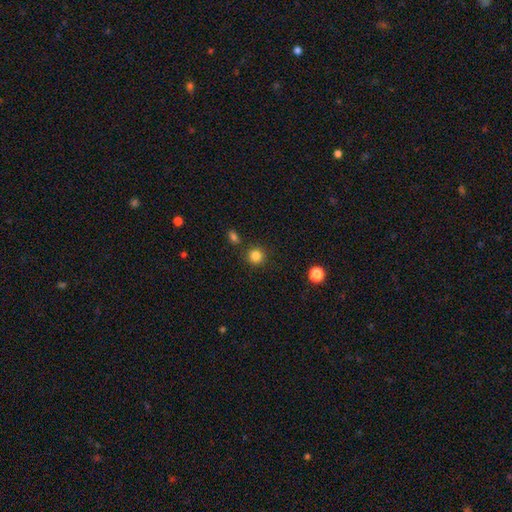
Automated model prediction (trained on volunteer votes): A smooth galaxy with no disk features (84%) that is round (92%).

Vote fractions:
- Smooth or featured? smooth: 84% / star or artifact: 11% / featured or disk: 4%
- How rounded? round: 92% / in between: 7% / cigar-shaped: 1%
- Merging? none: 85% / minor disturbance: 7% / merger: 5% / major disturbance: 3%